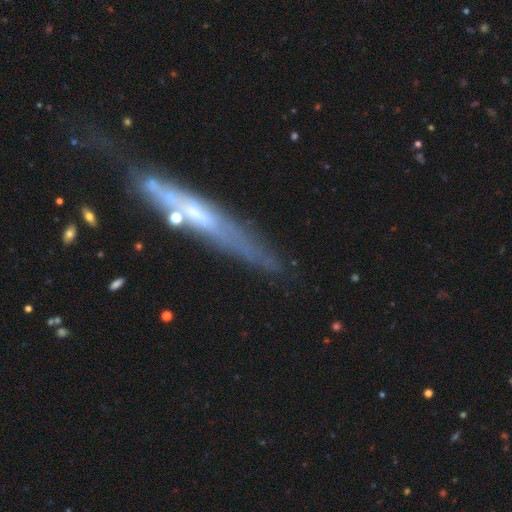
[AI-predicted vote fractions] The model was most divided on "smooth or featured": featured or disk: 62%, smooth: 28%, star or artifact: 10%. More confident: edge-on disk — yes (81%); merging — none (72%); edge-on bulge — none (64%).